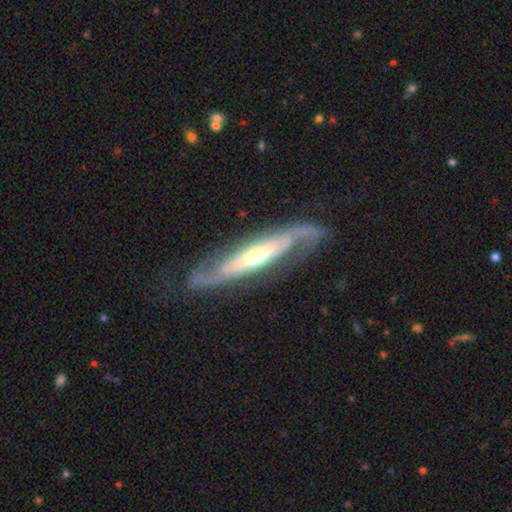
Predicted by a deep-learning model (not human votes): A featured or disk galaxy (85%) with a strong bar (36%), spiral arms (92%) and a moderate central bulge (58%). Merging: none (70%).